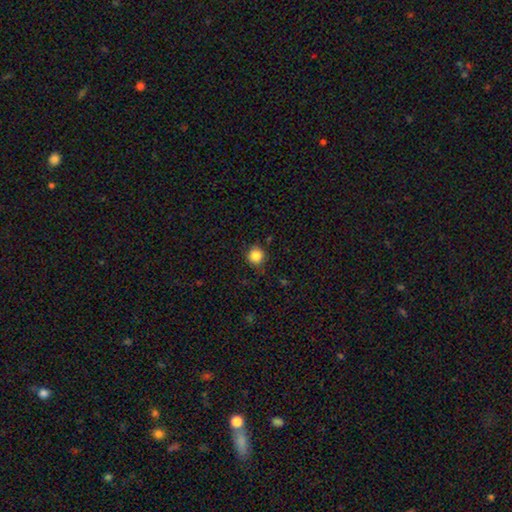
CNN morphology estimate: This is clearly a smooth galaxy (86%). How rounded: clearly round (94%). Merging: clearly none (87%).